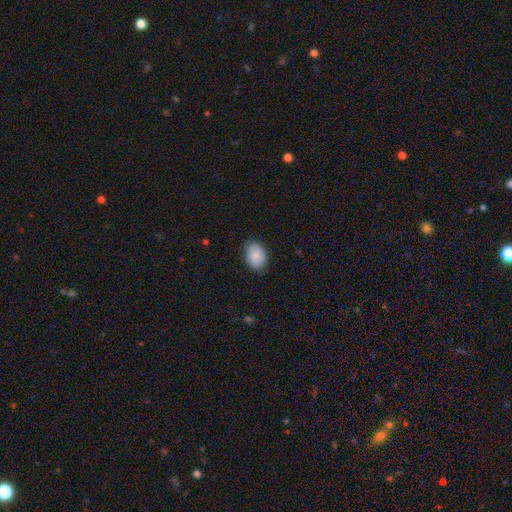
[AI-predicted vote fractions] Morphology: type=smooth (88%); roundness=in between (84%); merging=none (84%).